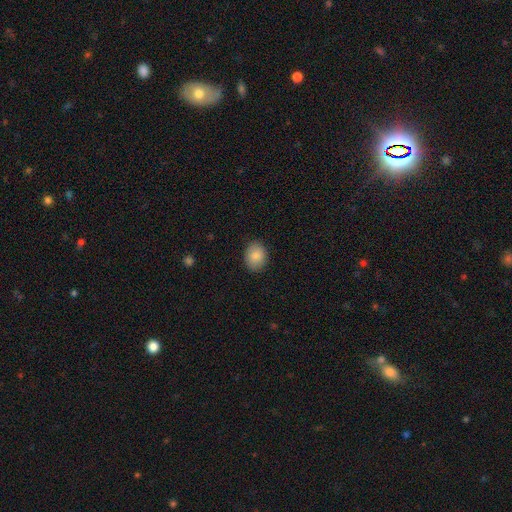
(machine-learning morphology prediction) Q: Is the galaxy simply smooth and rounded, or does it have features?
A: smooth — 87%.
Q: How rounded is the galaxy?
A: in between — 57%.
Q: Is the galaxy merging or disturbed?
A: none — 87%.